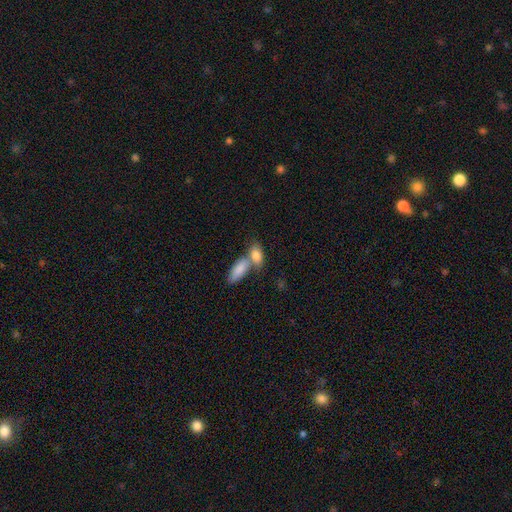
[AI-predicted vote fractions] Smooth or featured: smooth — 82% (featured or disk — 11%)
How rounded: in between — 84% (cigar-shaped — 11%)
Merging: merger — 59% (none — 30%)